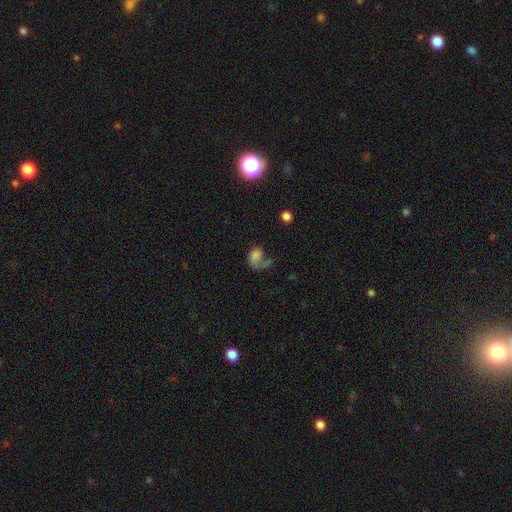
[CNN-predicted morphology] type=smooth (61%); roundness=in between (61%); merging=major disturbance (45%).